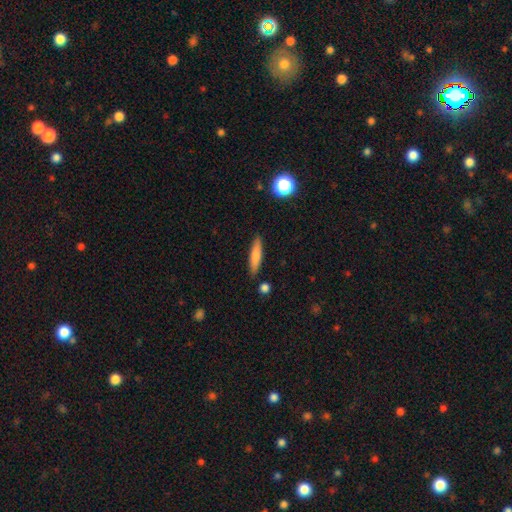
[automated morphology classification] smooth_or_featured: smooth (p=0.73) [alt: featured or disk p=0.20]
how_rounded: cigar-shaped (p=0.82) [alt: in between p=0.16]
merging: none (p=0.87) [alt: minor disturbance p=0.09]